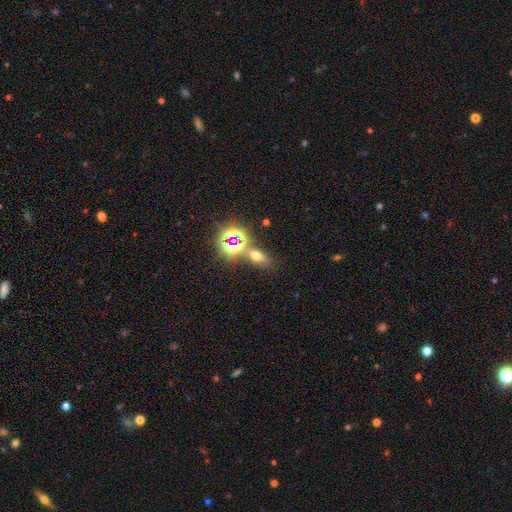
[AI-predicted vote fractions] Q: Smooth or featured?
A: smooth (48%); runner-up: star or artifact (38%)
Q: Merging?
A: none (69%); runner-up: merger (15%)